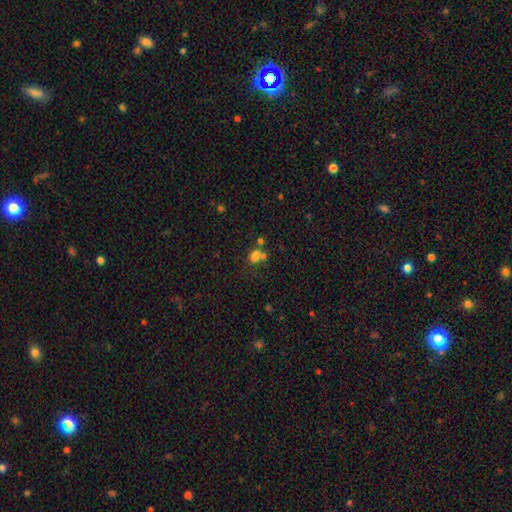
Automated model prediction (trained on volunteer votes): Morphology: type=smooth (72%); roundness=in between (58%); merging=merger (43%).